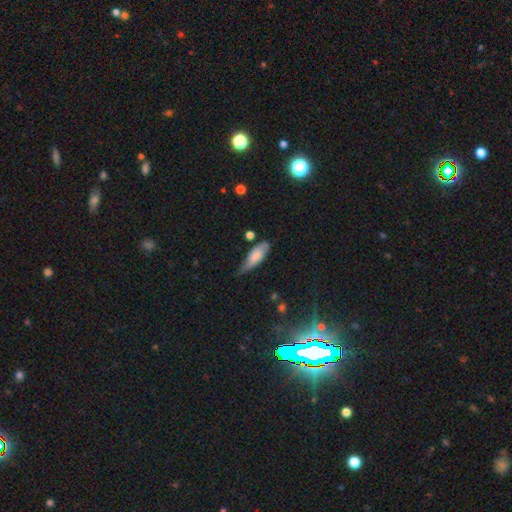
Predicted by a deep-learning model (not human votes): Smooth or featured?
  - smooth: 69% *
  - featured or disk: 25%
  - star or artifact: 7%
How rounded?
  - in between: 68% *
  - cigar-shaped: 30%
  - round: 2%
Merging?
  - minor disturbance: 43% * (tied)
  - none: 43% * (tied)
  - major disturbance: 10%
  - merger: 4%